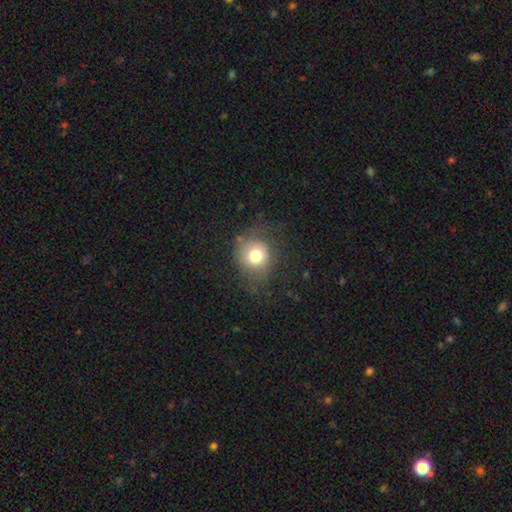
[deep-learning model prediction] smooth_or_featured: smooth (p=0.75) [alt: featured or disk p=0.13]
how_rounded: round (p=0.81) [alt: in between p=0.18]
merging: none (p=0.69) [alt: minor disturbance p=0.19]